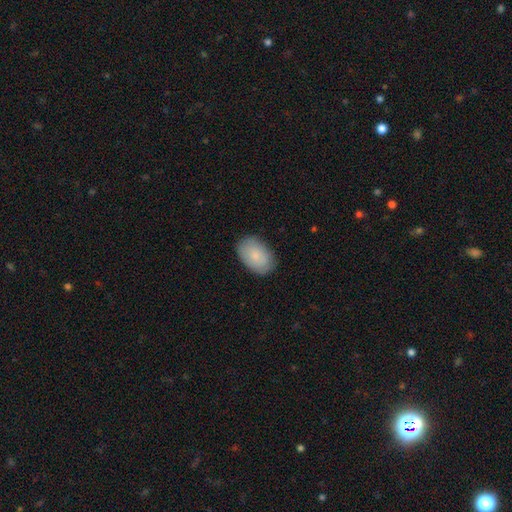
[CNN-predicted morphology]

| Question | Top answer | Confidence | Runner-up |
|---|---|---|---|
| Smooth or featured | smooth | 82% | featured or disk (12%) |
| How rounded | in between | 91% | round (8%) |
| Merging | none | 82% | minor disturbance (14%) |